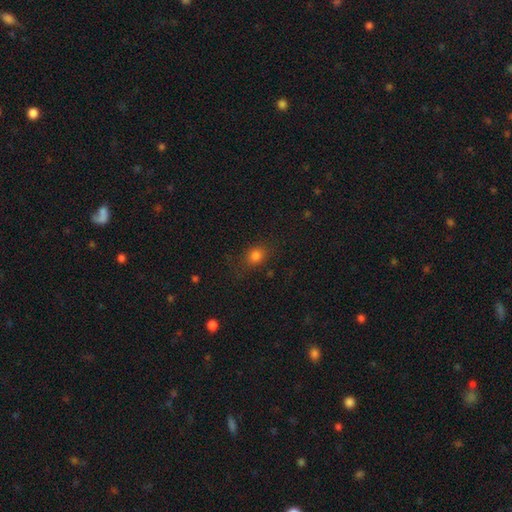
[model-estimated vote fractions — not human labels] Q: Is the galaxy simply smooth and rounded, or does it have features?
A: smooth — 79%.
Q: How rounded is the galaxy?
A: round — 53%.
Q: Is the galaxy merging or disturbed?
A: none — 74%.